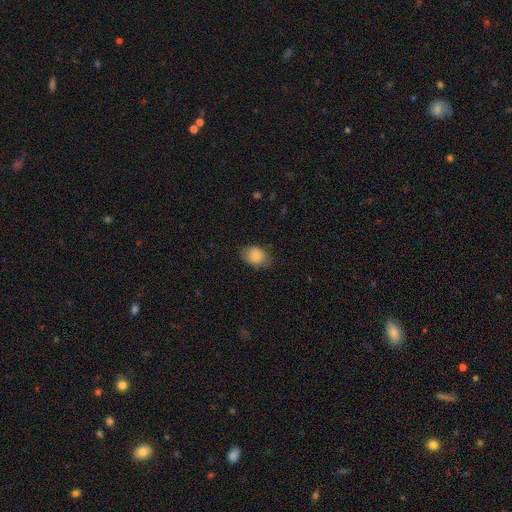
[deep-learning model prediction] Smooth or featured: smooth — 84% (featured or disk — 9%)
How rounded: in between — 61% (round — 38%)
Merging: none — 67% (minor disturbance — 25%)